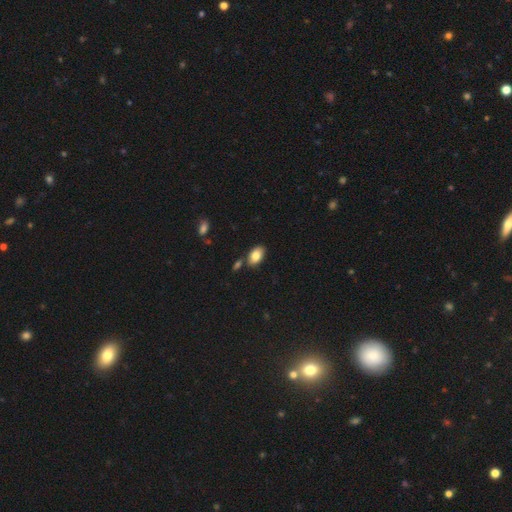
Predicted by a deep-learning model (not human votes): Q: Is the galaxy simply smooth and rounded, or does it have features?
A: smooth — 82%.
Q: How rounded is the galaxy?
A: in between — 92%.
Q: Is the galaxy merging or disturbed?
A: none — 77%.